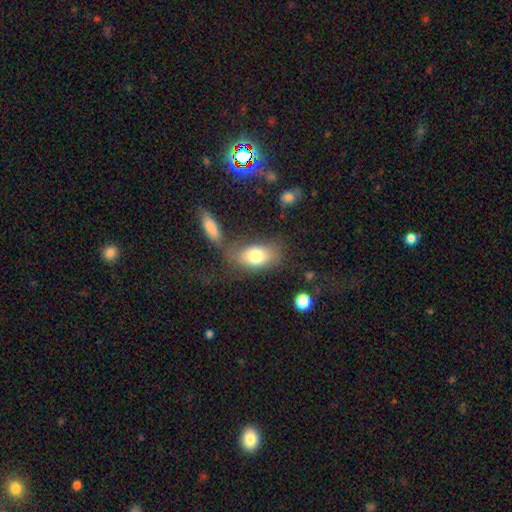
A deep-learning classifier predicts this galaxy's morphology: Smooth or featured: smooth — 76% (featured or disk — 16%)
How rounded: in between — 86% (round — 11%)
Merging: none — 49% (merger — 20%)